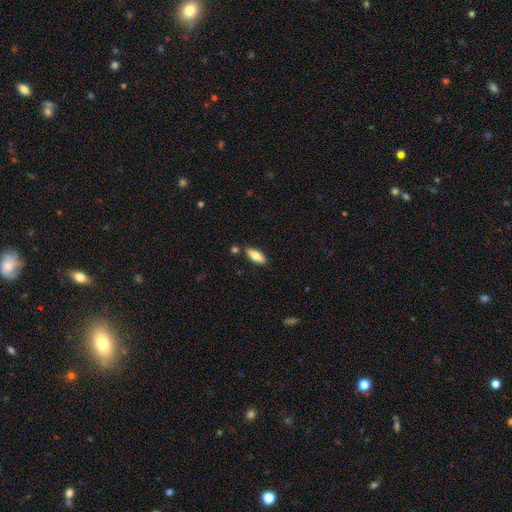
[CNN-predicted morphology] The model was most divided on "how rounded": in between: 72%, cigar-shaped: 26%, round: 2%. More confident: merging — none (84%); smooth or featured — smooth (78%).